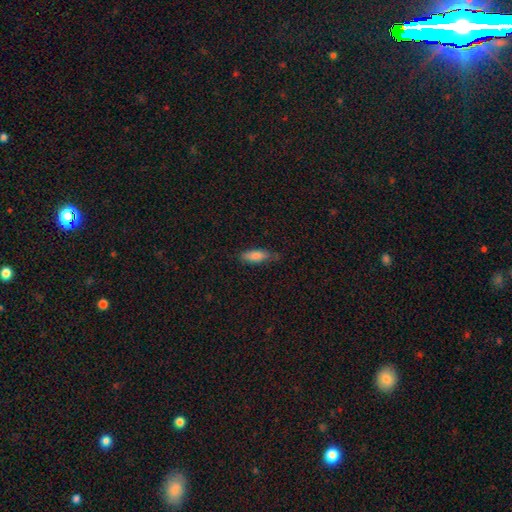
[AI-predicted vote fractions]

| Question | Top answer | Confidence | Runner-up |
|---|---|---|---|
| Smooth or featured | smooth | 80% | featured or disk (13%) |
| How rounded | in between | 61% | cigar-shaped (37%) |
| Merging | none | 71% | minor disturbance (23%) |